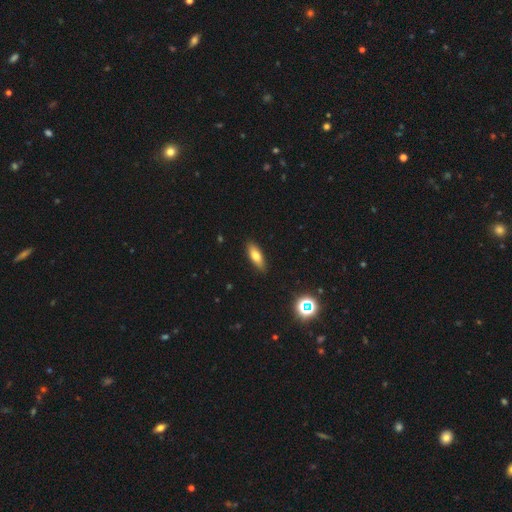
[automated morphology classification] Smooth or featured?
  - smooth: 73% *
  - featured or disk: 18%
  - star or artifact: 9%
How rounded?
  - in between: 64% *
  - cigar-shaped: 33%
  - round: 3%
Merging?
  - none: 87% *
  - minor disturbance: 10%
  - major disturbance: 2%
  - merger: 1%